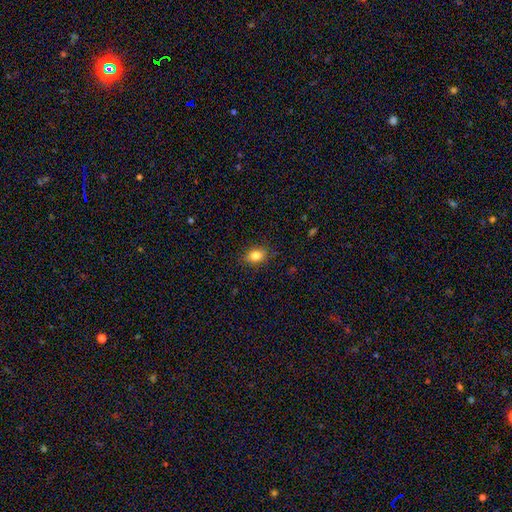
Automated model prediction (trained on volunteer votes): Morphology: type=smooth (84%); roundness=in between (74%); merging=none (86%).